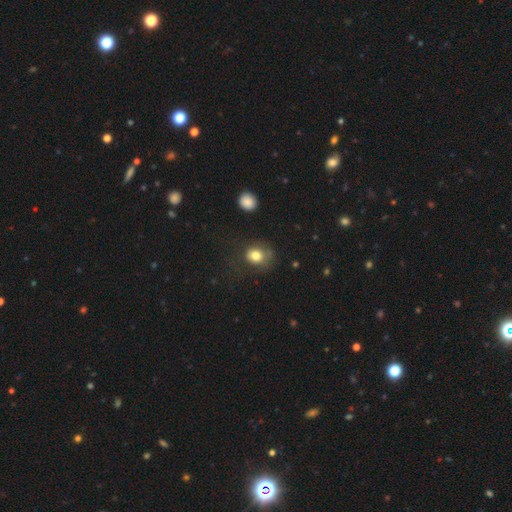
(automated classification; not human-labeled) A smooth galaxy with no disk features (80%) that is round (64%). Merging: none (53%).